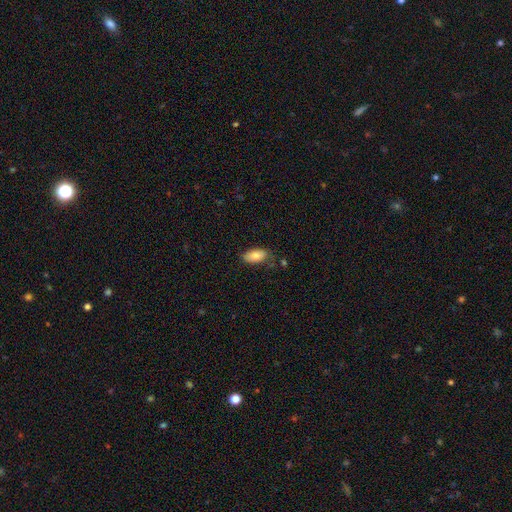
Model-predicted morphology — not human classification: Smooth or featured? smooth (82%)
How rounded? in between (92%)
Merging? none (73%)